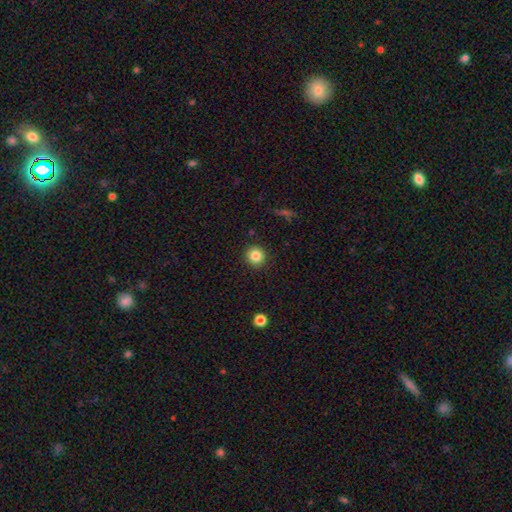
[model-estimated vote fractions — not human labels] smooth 84%, star or artifact 10%, featured or disk 5%. Down the decision tree: how rounded — round (94%); merging — none (91%).